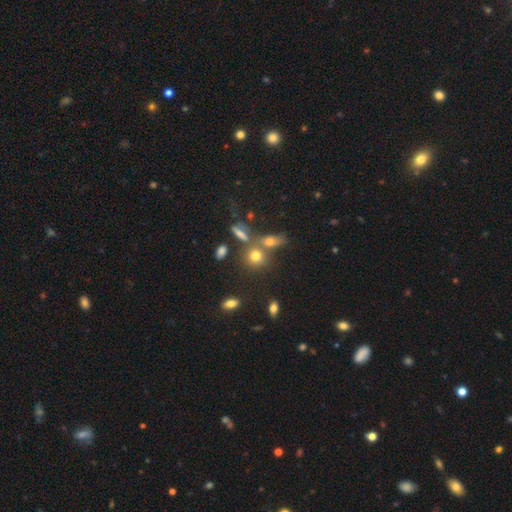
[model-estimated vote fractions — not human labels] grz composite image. It shows a smooth galaxy with no disk features (70%) that is round (67%). Merging: none (53%).